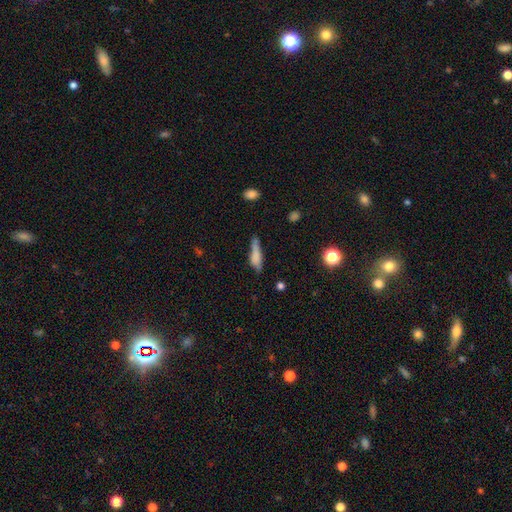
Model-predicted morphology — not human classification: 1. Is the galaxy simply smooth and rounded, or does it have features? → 72% smooth, 20% featured or disk, 9% star or artifact.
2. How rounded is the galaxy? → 65% cigar-shaped, 32% in between, 3% round.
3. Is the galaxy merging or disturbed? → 49% none, 33% minor disturbance, 11% major disturbance, 7% merger.